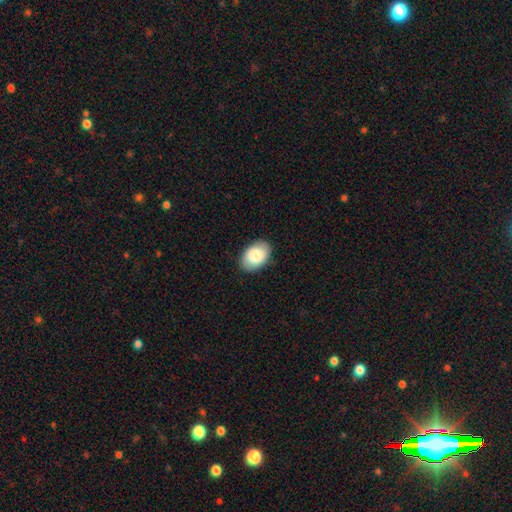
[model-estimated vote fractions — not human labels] smooth-or-featured: smooth: 83% | featured or disk: 11% | star or artifact: 6%
  how-rounded: in between: 88% | round: 11% | cigar-shaped: 1%
  merging: none: 87% | minor disturbance: 10% | major disturbance: 2% | merger: 1%